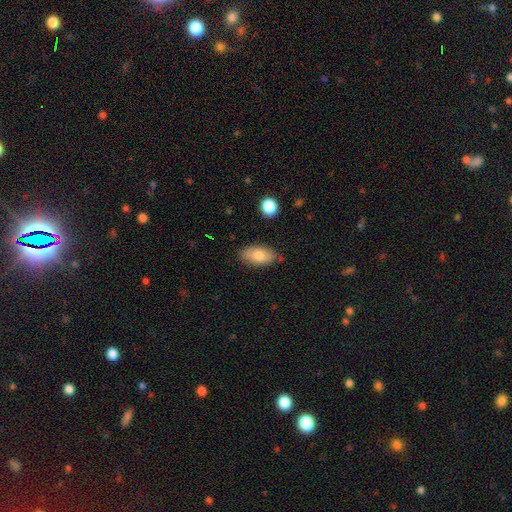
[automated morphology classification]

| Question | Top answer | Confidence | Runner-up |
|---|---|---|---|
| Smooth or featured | smooth | 78% | featured or disk (15%) |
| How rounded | in between | 91% | cigar-shaped (5%) |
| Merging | none | 82% | minor disturbance (13%) |